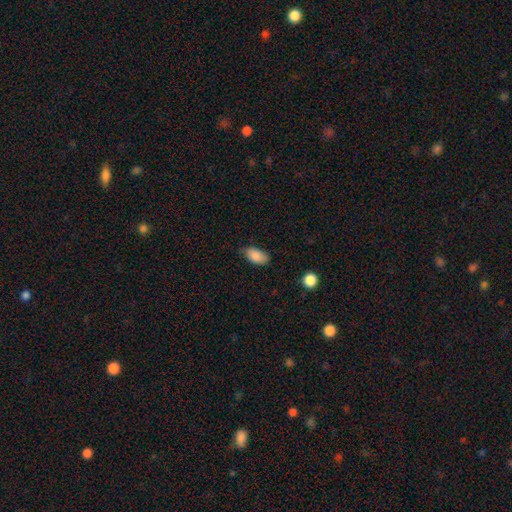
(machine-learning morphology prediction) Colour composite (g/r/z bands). It shows a smooth galaxy with no disk features (88%) that is in between round and cigar-shaped (93%). Merging: none (71%).